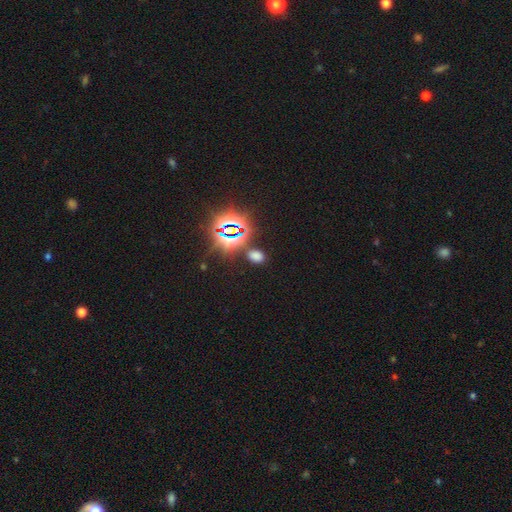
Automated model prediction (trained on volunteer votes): A smooth galaxy with no disk features (54%) that is in between round and cigar-shaped (73%).

Vote fractions:
- Smooth or featured? smooth: 54% / star or artifact: 40% / featured or disk: 6%
- How rounded? in between: 73% / round: 24% / cigar-shaped: 2%
- Merging? none: 80% / minor disturbance: 10% / merger: 5% / major disturbance: 4%